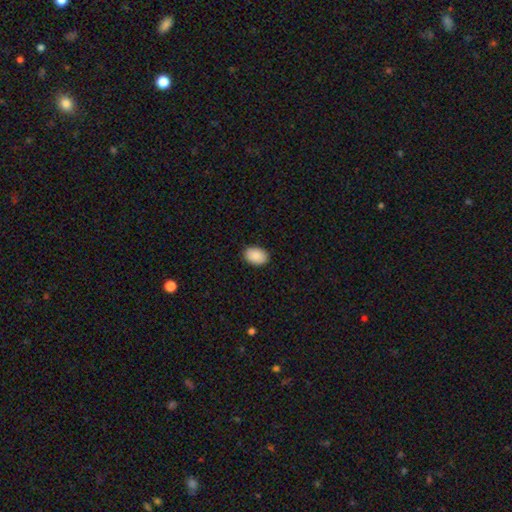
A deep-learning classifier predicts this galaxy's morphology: Smooth or featured: smooth — 91% (star or artifact — 7%)
How rounded: in between — 84% (round — 15%)
Merging: none — 90% (minor disturbance — 8%)